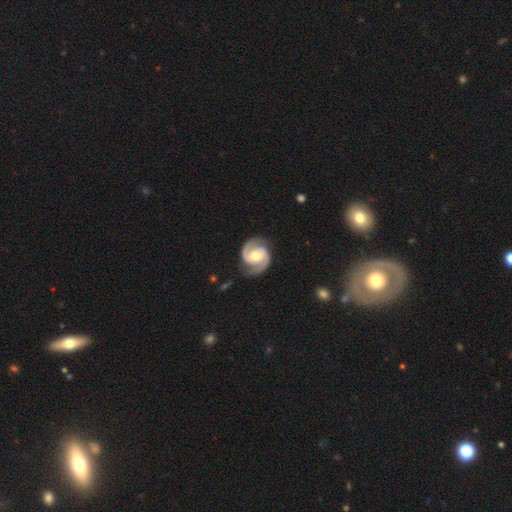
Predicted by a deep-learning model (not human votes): smooth-or-featured: featured or disk: 91% | smooth: 5% | star or artifact: 4%
  disk-edge-on: no: 98% | yes: 2%
    bar: weak: 41% | no: 39% | strong: 20%
    has-spiral-arms: yes: 98% | no: 2%
      spiral-winding: medium: 48% | tight: 42% | loose: 9%
      spiral-arm-count: 2: 94% | can't tell: 2% | 1: 1% | 3: 1% | 4: 1% | more than 4: 1%
    bulge-size: moderate: 72% | small: 18% | large: 7% | none: 1% | dominant: 1%
  merging: none: 83% | minor disturbance: 12% | major disturbance: 4% | merger: 1%